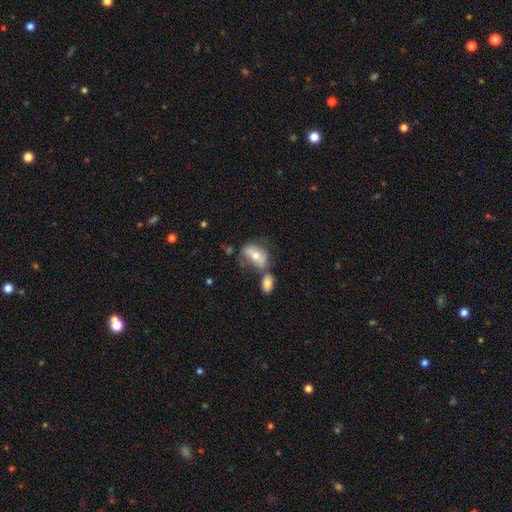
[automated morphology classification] A smooth galaxy with no disk features (60%) that is in between round and cigar-shaped (85%).

Vote fractions:
- Smooth or featured? smooth: 60% / featured or disk: 33% / star or artifact: 8%
- How rounded? in between: 85% / round: 10% / cigar-shaped: 5%
- Merging? merger: 37% / none: 34% / minor disturbance: 18% / major disturbance: 11%